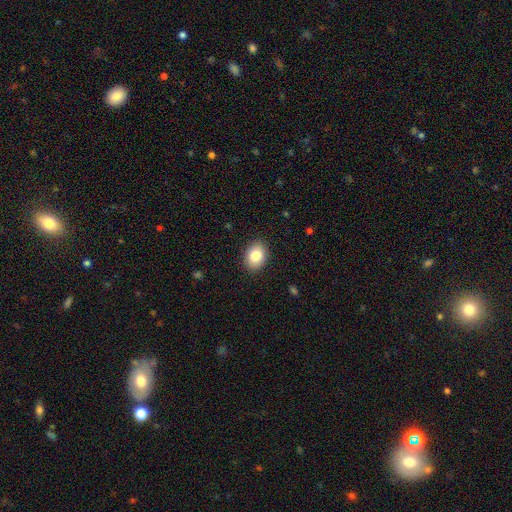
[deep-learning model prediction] A smooth galaxy with no disk features (83%) that is in between round and cigar-shaped (71%).

Vote fractions:
- Smooth or featured? smooth: 83% / featured or disk: 9% / star or artifact: 8%
- How rounded? in between: 71% / round: 28% / cigar-shaped: 1%
- Merging? none: 89% / minor disturbance: 8% / major disturbance: 2% / merger: 1%